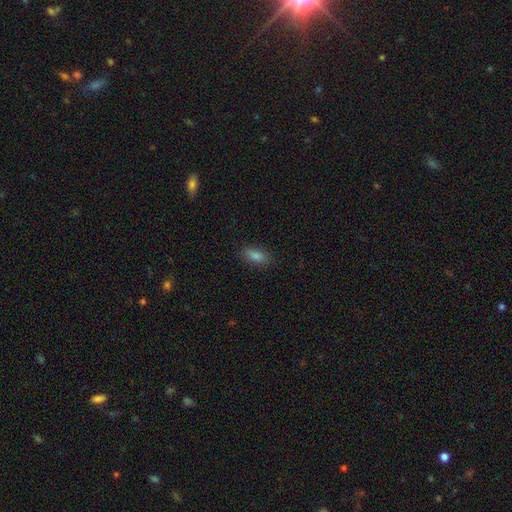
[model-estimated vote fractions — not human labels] Overall: smooth (77%). How rounded: in between (74%). Merging: none (86%).